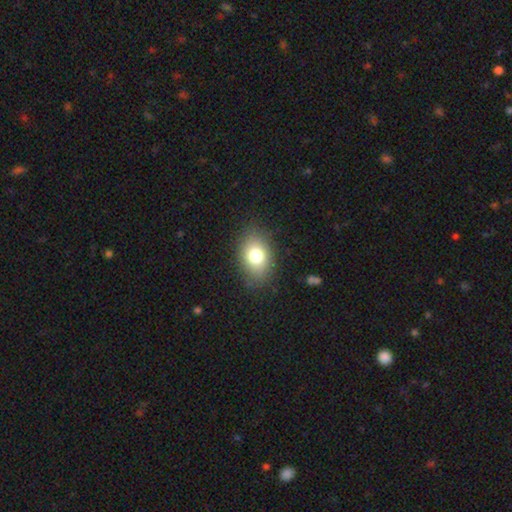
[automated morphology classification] This appears to be a smooth galaxy with no disk features (77%) that is in between round and cigar-shaped (76%). Merging: none (83%).